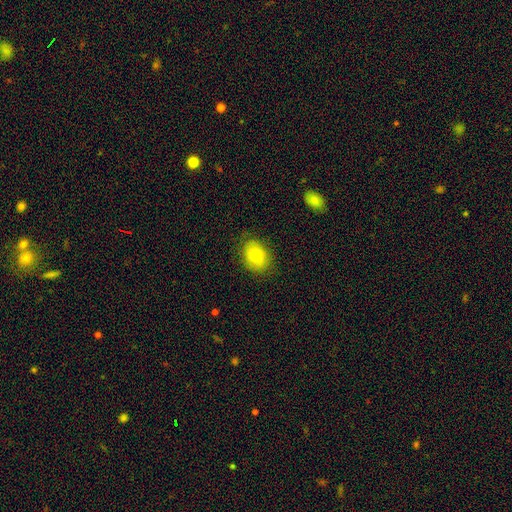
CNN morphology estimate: smooth 84%, featured or disk 8%, star or artifact 8%. Down the decision tree: how rounded — in between (69%); merging — none (80%).